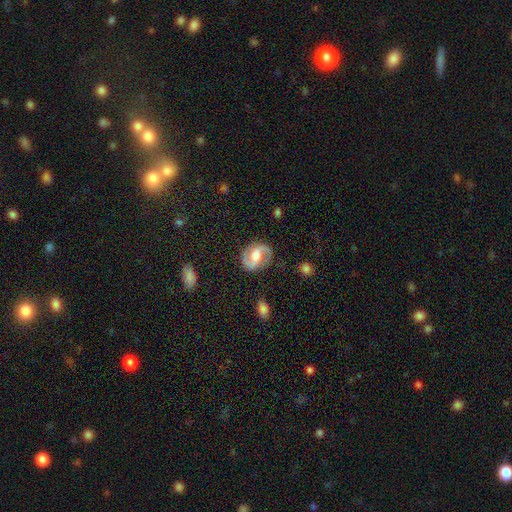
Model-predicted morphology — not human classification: A featured or disk galaxy (86%) with a weak bar (46%), 2 (94%) medium (58%) spiral arms (96%) and a moderate central bulge (61%).

Vote fractions:
- Smooth or featured? featured or disk: 86% / smooth: 10% / star or artifact: 5%
- Edge-on disk? no: 98% / yes: 2%
- Bar? weak: 46% / no: 29% / strong: 25%
- Spiral arms? yes: 96% / no: 4%
- Spiral winding? medium: 58% / loose: 21% / tight: 21%
- Spiral arm count? 2: 94% / can't tell: 2% / 1: 1% / 3: 1% / 4: 1% / more than 4: 1%
- Bulge size? moderate: 61% / large: 19% / small: 15% / none: 4% / dominant: 2%
- Merging? none: 83% / minor disturbance: 12% / major disturbance: 4% / merger: 1%